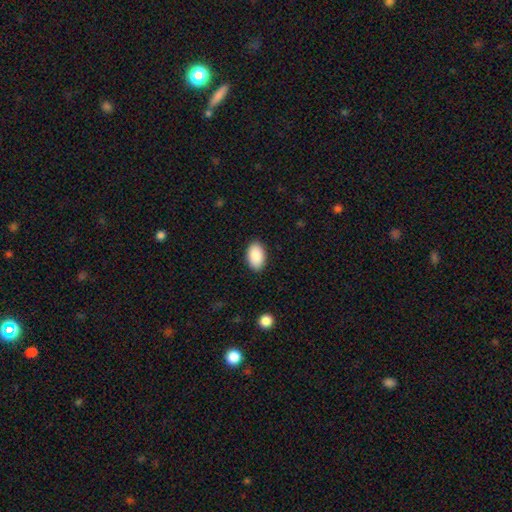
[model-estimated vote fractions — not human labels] smooth-or-featured: smooth: 90% | star or artifact: 6% | featured or disk: 4%
  how-rounded: in between: 94% | round: 5% | cigar-shaped: 1%
  merging: none: 88% | minor disturbance: 9% | major disturbance: 2% | merger: 1%